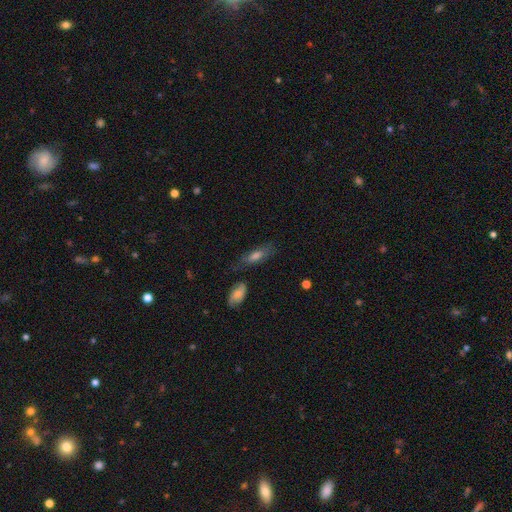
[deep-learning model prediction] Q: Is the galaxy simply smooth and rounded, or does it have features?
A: smooth — 54%.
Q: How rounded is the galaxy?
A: in between — 60%.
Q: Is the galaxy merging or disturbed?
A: none — 63%.